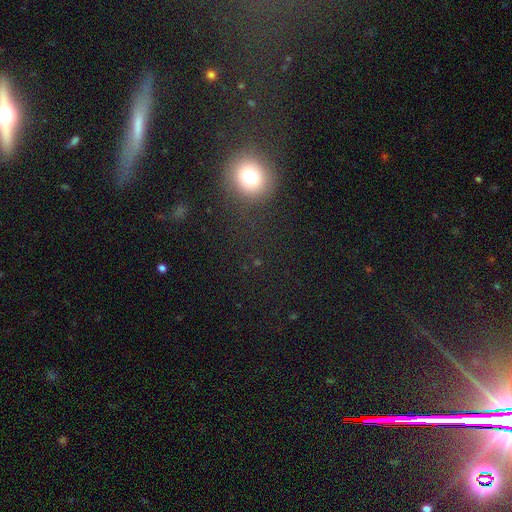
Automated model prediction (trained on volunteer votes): smooth-or-featured: smooth: 43% | star or artifact: 41% | featured or disk: 16%
  merging: none: 80% | minor disturbance: 10% | major disturbance: 6% | merger: 3%